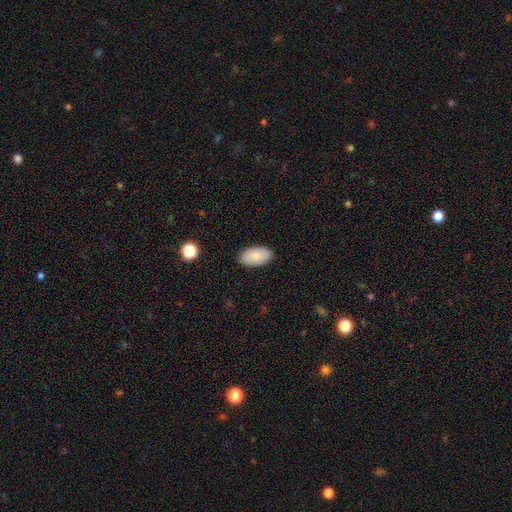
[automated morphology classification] Smooth or featured?
  - smooth: 85% *
  - featured or disk: 8%
  - star or artifact: 6%
How rounded?
  - in between: 95% *
  - round: 3%
  - cigar-shaped: 2%
Merging?
  - none: 88% *
  - minor disturbance: 9%
  - major disturbance: 2%
  - merger: 1%